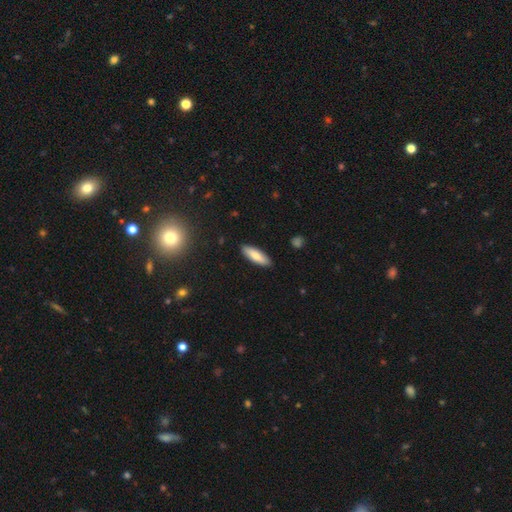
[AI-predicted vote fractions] Smooth or featured? smooth (77%)
How rounded? in between (49%, tied with cigar-shaped)
Merging? none (88%)